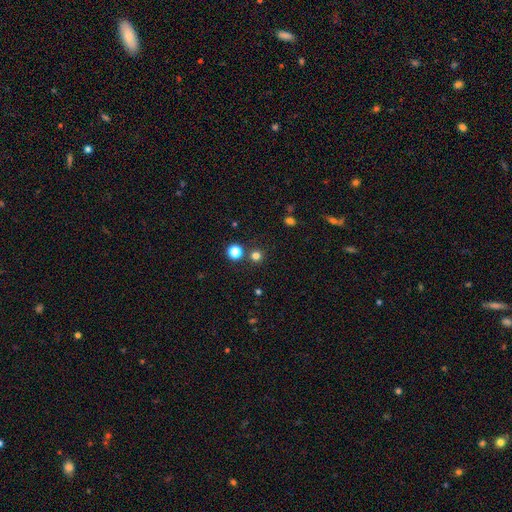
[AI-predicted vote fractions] The model was most divided on "smooth or featured": smooth: 76%, star or artifact: 19%, featured or disk: 5%. More confident: how rounded — round (94%); merging — none (85%).